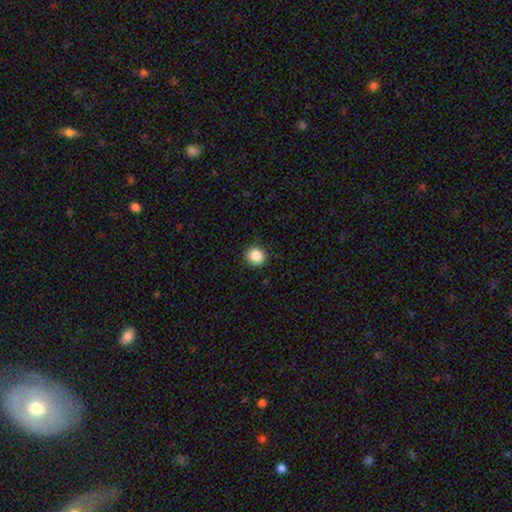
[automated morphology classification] Smooth or featured? smooth (87%)
How rounded? round (87%)
Merging? none (90%)